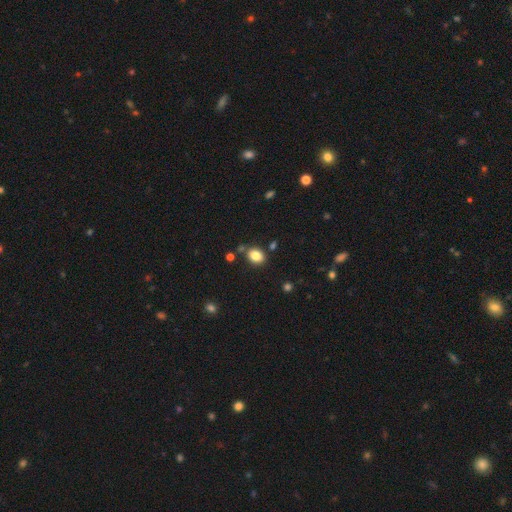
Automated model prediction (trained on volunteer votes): A smooth galaxy with no disk features (84%) that is in between round and cigar-shaped (62%).

Vote fractions:
- Smooth or featured? smooth: 84% / star or artifact: 10% / featured or disk: 6%
- How rounded? in between: 62% / round: 37% / cigar-shaped: 1%
- Merging? none: 78% / minor disturbance: 11% / merger: 7% / major disturbance: 3%